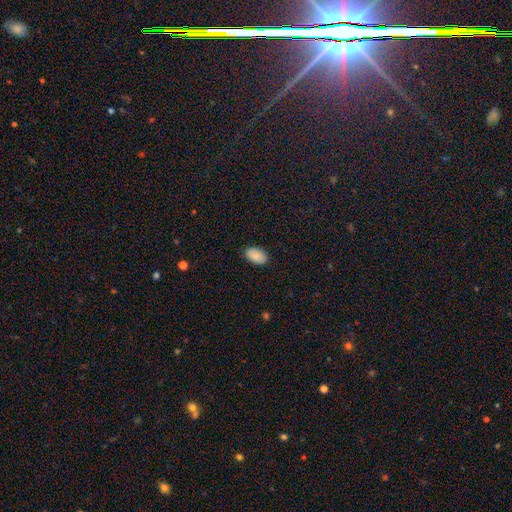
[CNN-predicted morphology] This is clearly a smooth galaxy (87%). How rounded: clearly in between (93%). Merging: clearly none (88%).